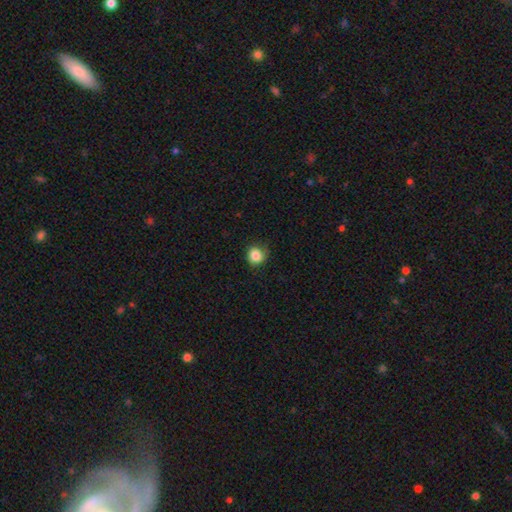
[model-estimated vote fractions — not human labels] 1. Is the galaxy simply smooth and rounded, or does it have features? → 86% smooth, 10% star or artifact, 4% featured or disk.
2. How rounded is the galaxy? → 87% round, 12% in between, 1% cigar-shaped.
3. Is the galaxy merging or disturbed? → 79% none, 17% minor disturbance, 4% major disturbance, 1% merger.